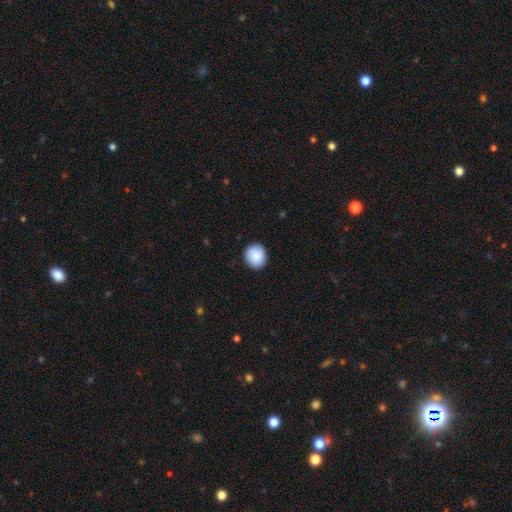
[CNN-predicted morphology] Smooth or featured?
  - smooth: 87% *
  - star or artifact: 7%
  - featured or disk: 6%
How rounded?
  - round: 76% *
  - in between: 24%
  - cigar-shaped: 1%
Merging?
  - none: 88% *
  - minor disturbance: 9%
  - major disturbance: 2%
  - merger: 1%